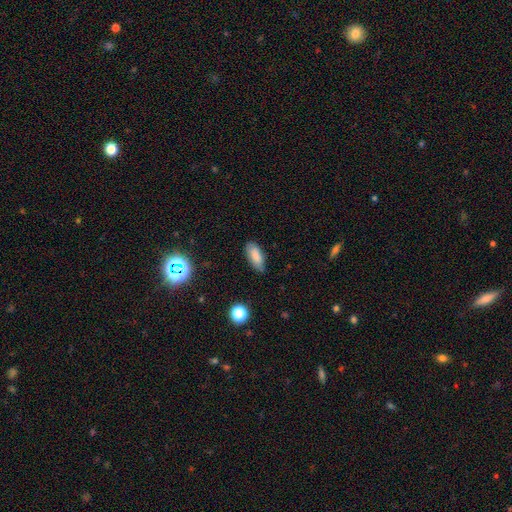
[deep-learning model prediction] smooth 84%, star or artifact 9%, featured or disk 7%. Down the decision tree: how rounded — in between (83%); merging — none (76%).